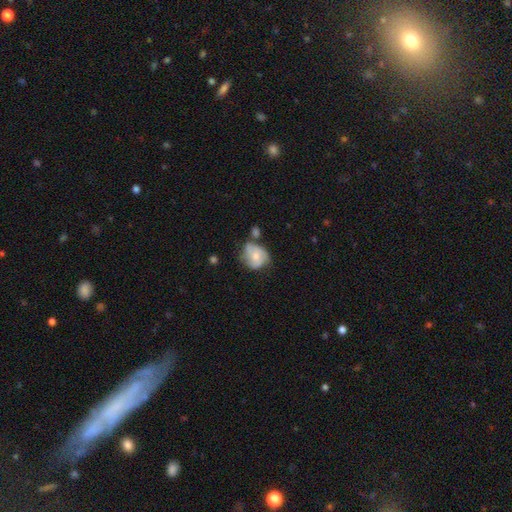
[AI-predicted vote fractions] Smooth or featured? smooth (51%)
How rounded? round (63%)
Merging? none (38%)